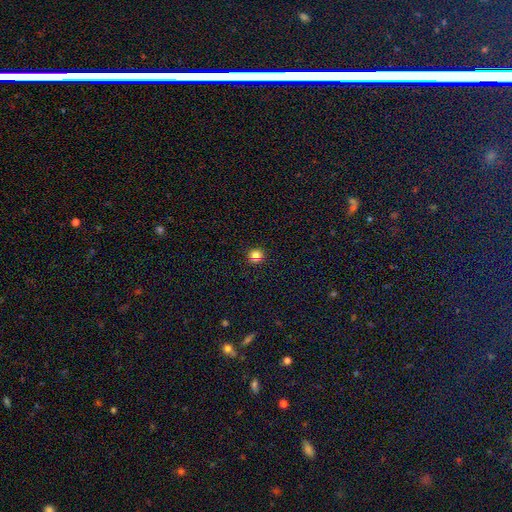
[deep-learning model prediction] A smooth galaxy with no disk features (81%) that is round (88%).

Vote fractions:
- Smooth or featured? smooth: 81% / star or artifact: 13% / featured or disk: 5%
- How rounded? round: 88% / in between: 11% / cigar-shaped: 1%
- Merging? none: 88% / minor disturbance: 7% / major disturbance: 2% / merger: 2%